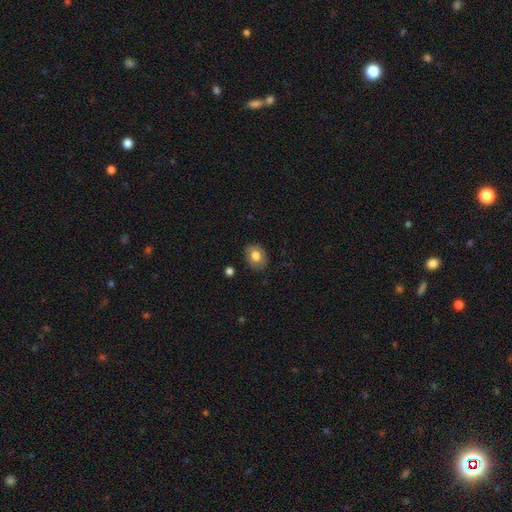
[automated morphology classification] smooth 75%, featured or disk 17%, star or artifact 8%. Down the decision tree: how rounded — in between (59%); merging — none (84%).